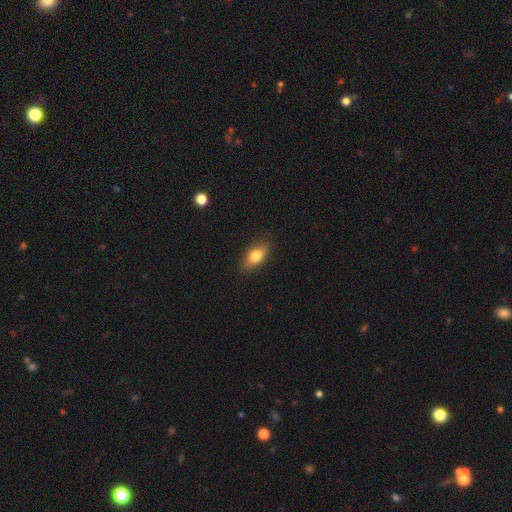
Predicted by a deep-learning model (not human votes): smooth 75%, featured or disk 18%, star or artifact 8%. Down the decision tree: how rounded — in between (81%); merging — none (84%).